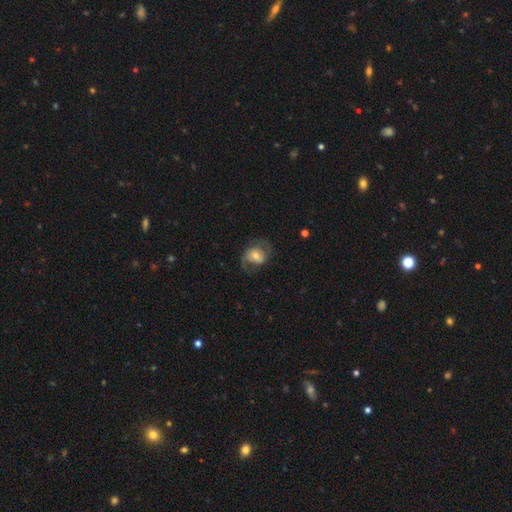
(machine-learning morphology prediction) The model was most divided on "smooth or featured": featured or disk: 56%, smooth: 36%, star or artifact: 8%. More confident: edge-on disk — no (96%); spiral arms — yes (77%); merging — none (61%); bulge size — moderate (57%); bar — no (53%).